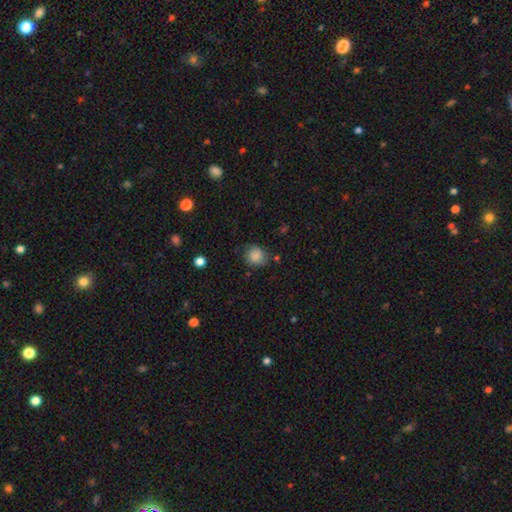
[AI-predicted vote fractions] Q: Smooth or featured?
A: smooth (84%); runner-up: star or artifact (9%)
Q: How rounded?
A: round (74%); runner-up: in between (25%)
Q: Merging?
A: none (69%); runner-up: minor disturbance (22%)